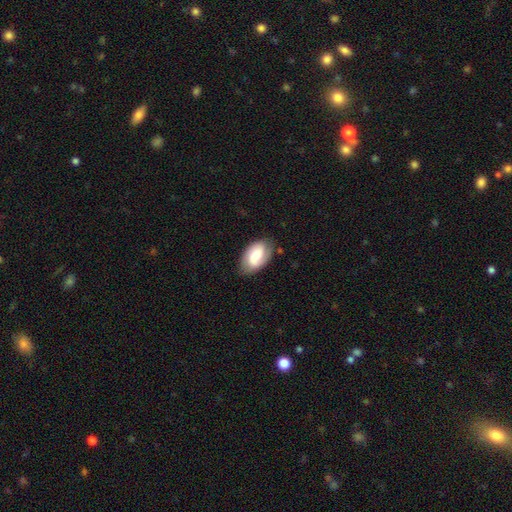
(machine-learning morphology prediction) Smooth or featured: smooth — 58% (featured or disk — 35%)
How rounded: in between — 93% (round — 5%)
Merging: none — 75% (minor disturbance — 19%)